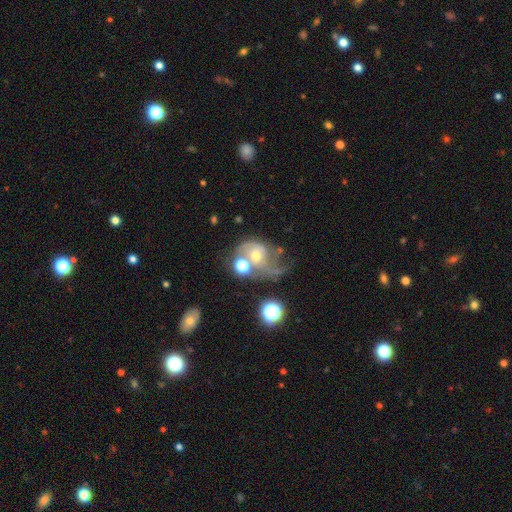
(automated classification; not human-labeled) Overall: featured or disk (64%). Edge-on disk: no (97%). Bar: no (67%). Spiral arms: yes (83%). Spiral arm count: 2 (50%; 1 28%). Spiral winding: loose (45%; medium 39%). Bulge size: moderate (52%; small 38%). Merging: major disturbance (33%; merger 26%).